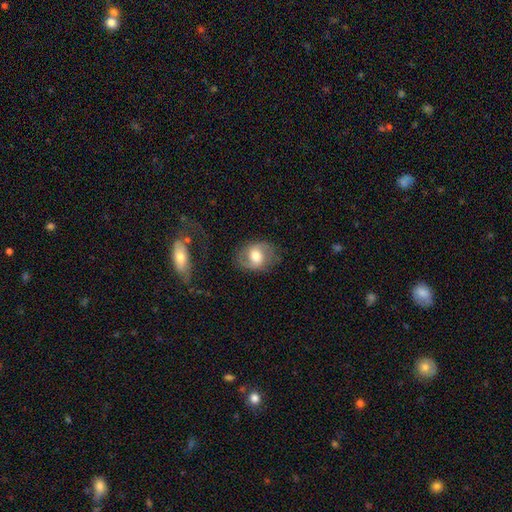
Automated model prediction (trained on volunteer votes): Smooth or featured? featured or disk (49%)
Merging? none (71%)